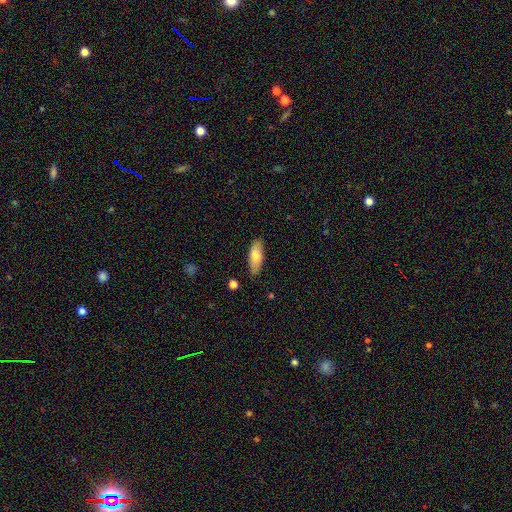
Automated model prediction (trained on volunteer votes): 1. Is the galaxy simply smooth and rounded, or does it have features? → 74% smooth, 19% featured or disk, 6% star or artifact.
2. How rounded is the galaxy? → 72% in between, 26% cigar-shaped, 2% round.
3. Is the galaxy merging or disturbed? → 84% none, 13% minor disturbance, 2% major disturbance, 2% merger.